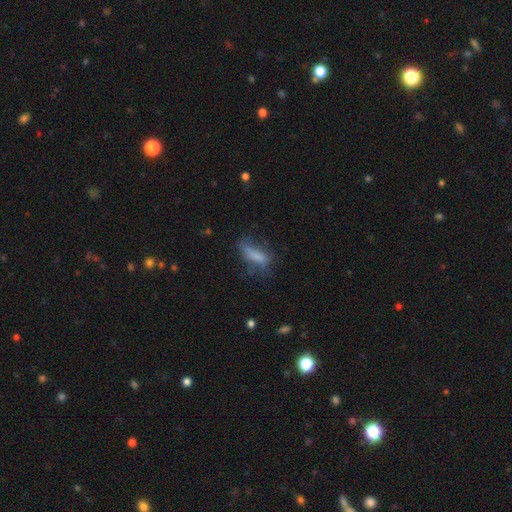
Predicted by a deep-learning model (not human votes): Smooth or featured? Predicted: smooth (p=0.64). How rounded? Predicted: in between (p=0.56). Merging? Predicted: none (p=0.42).